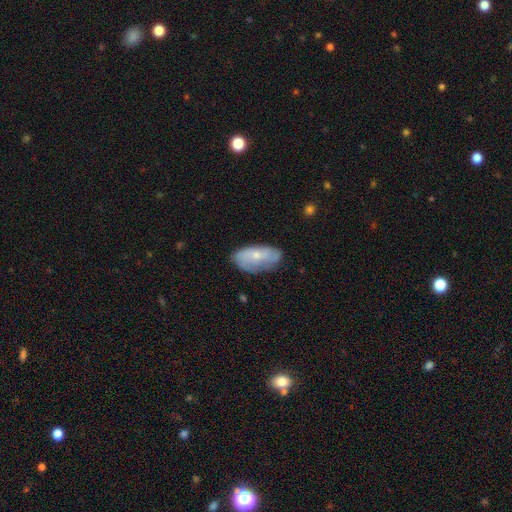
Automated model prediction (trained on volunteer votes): smooth-or-featured: smooth: 54% | featured or disk: 39% | star or artifact: 7%
  how-rounded: in between: 91% | cigar-shaped: 5% | round: 4%
  merging: none: 67% | minor disturbance: 25% | major disturbance: 6% | merger: 2%